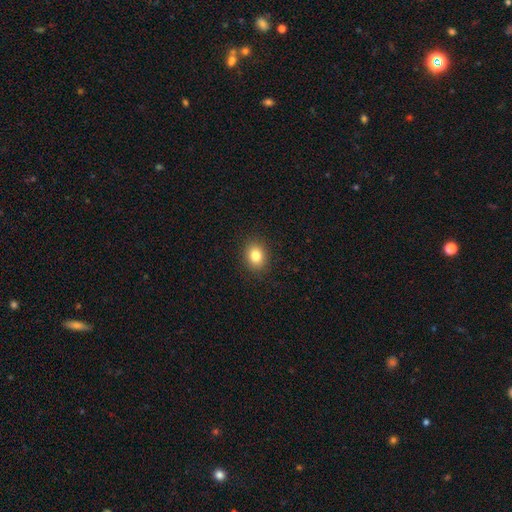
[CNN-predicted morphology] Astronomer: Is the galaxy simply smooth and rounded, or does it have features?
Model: smooth — 83%.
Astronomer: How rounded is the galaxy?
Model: round — 53% (runner-up: in between, 46%).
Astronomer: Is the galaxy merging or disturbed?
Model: none — 90%.